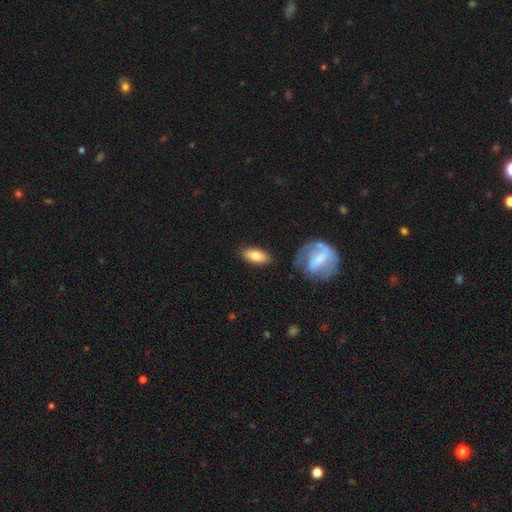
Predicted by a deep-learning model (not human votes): Smooth or featured? Predicted: smooth (p=0.77). How rounded? Predicted: in between (p=0.87). Merging? Predicted: none (p=0.80).